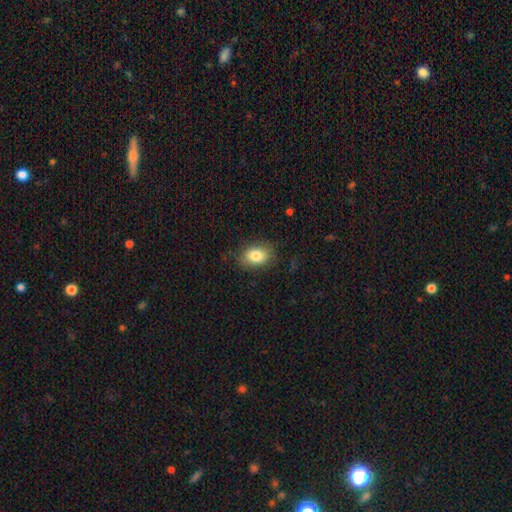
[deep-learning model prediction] Smooth or featured?
  - smooth: 83% *
  - featured or disk: 9%
  - star or artifact: 8%
How rounded?
  - in between: 78% *
  - round: 21%
  - cigar-shaped: 1%
Merging?
  - none: 81% *
  - minor disturbance: 14%
  - major disturbance: 4%
  - merger: 1%